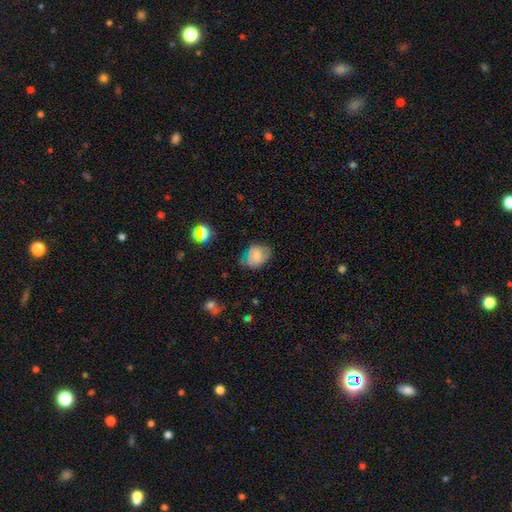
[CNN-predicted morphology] A smooth galaxy with no disk features (70%) that is in between round and cigar-shaped (60%). Merging: none (60%).